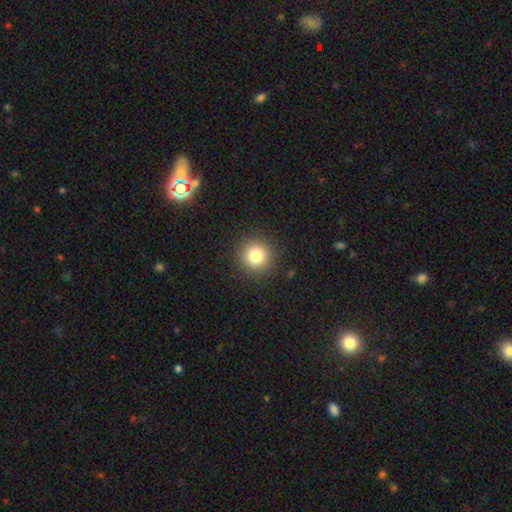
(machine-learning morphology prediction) This appears to be a smooth galaxy with no disk features (81%) that is round (94%). Merging: none (91%).